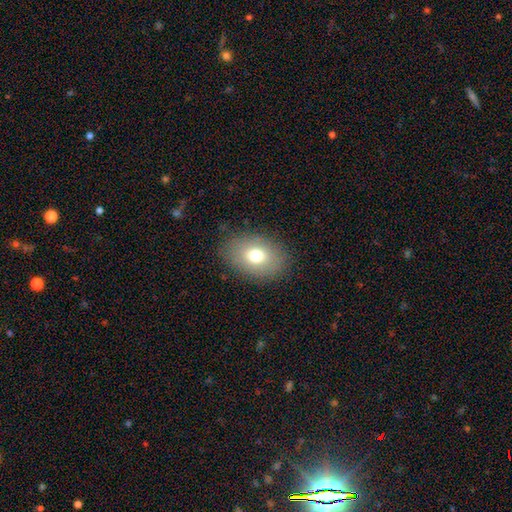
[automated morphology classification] This appears to be a smooth galaxy with no disk features (73%) that is in between round and cigar-shaped (76%). Merging: none (84%).